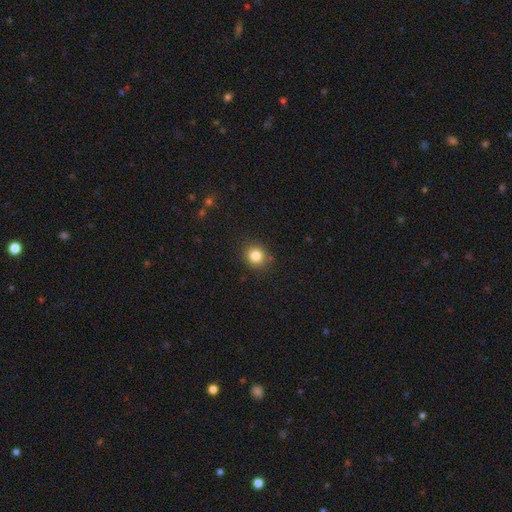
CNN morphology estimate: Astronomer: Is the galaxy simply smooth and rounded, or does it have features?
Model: smooth — 82%.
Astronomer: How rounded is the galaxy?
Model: round — 81%.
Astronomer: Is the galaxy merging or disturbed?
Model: none — 88%.